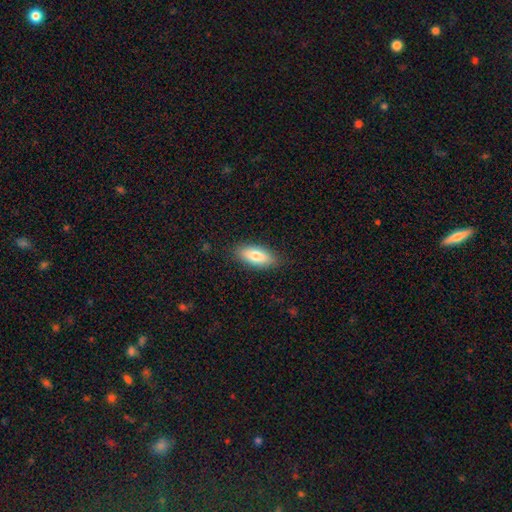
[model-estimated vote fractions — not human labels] Smooth or featured? smooth (80%)
How rounded? in between (83%)
Merging? none (87%)